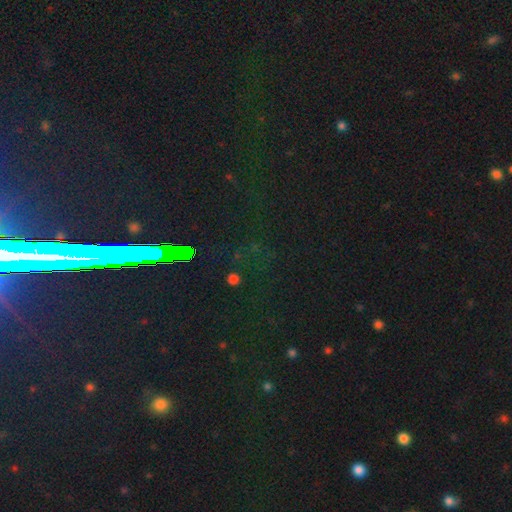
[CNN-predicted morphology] smooth-or-featured: star or artifact: 80% | smooth: 10% | featured or disk: 10%